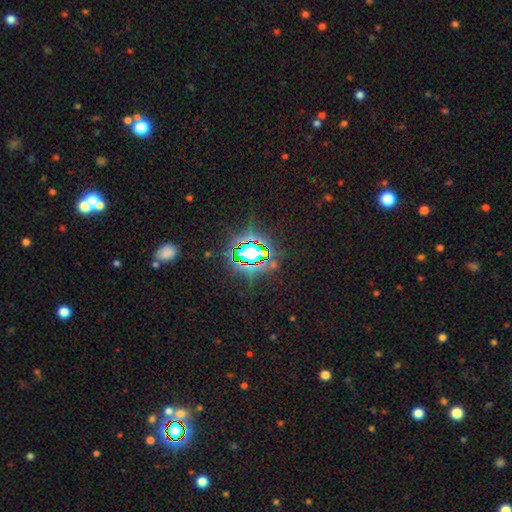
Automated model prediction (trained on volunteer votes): This appears to be a star or artifact, not a galaxy (79%).